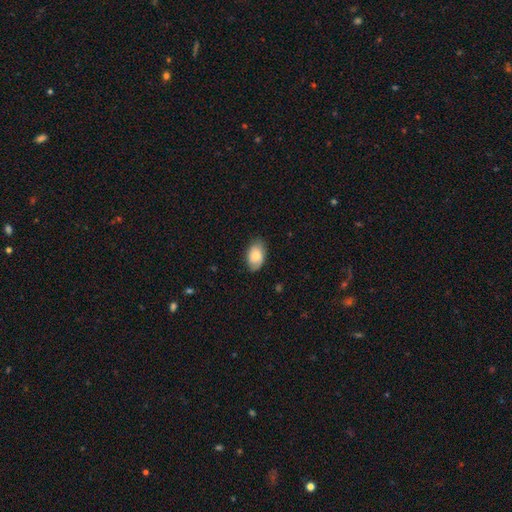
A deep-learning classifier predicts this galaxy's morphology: Overall: smooth (70%). How rounded: in between (90%). Merging: none (78%).